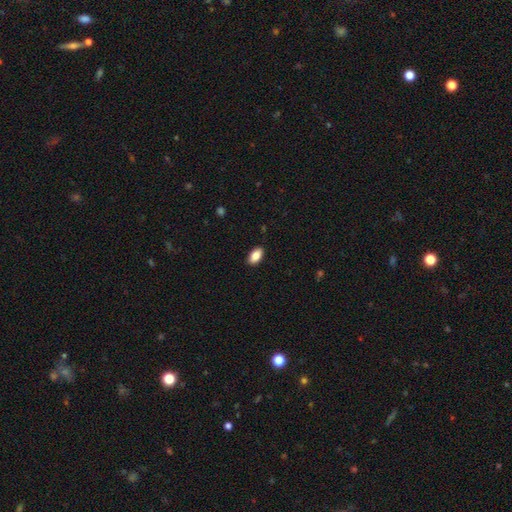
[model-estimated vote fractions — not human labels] Smooth or featured? smooth (87%)
How rounded? in between (93%)
Merging? none (89%)